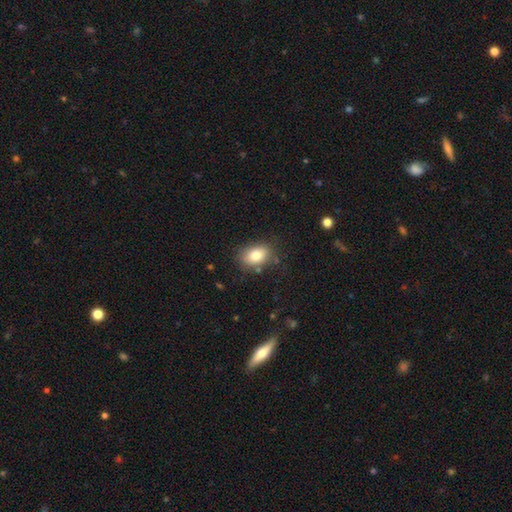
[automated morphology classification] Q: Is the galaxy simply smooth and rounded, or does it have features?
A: smooth — 82%.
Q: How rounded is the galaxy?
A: in between — 82%.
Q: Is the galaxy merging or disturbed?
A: none — 80%.